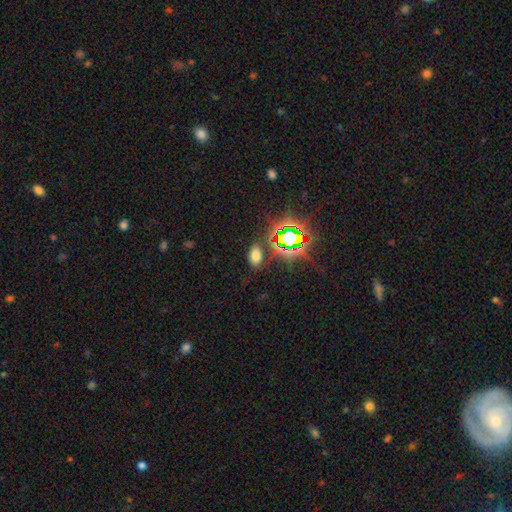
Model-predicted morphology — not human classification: The model was most divided on "smooth or featured": smooth: 63%, star or artifact: 30%, featured or disk: 7%. More confident: how rounded — in between (88%); merging — none (82%).